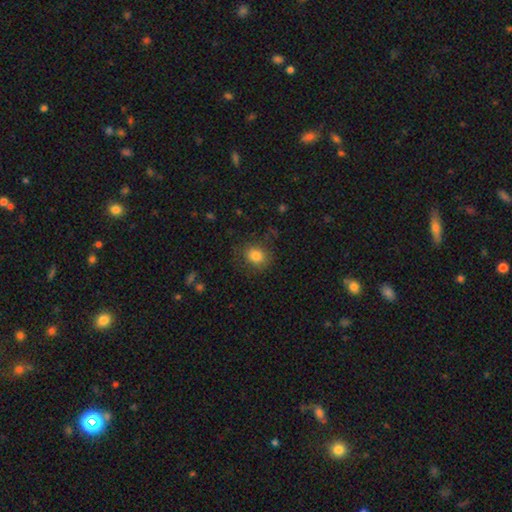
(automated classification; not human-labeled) Overall: smooth (83%). How rounded: round (57%; in between 43%). Merging: none (78%).